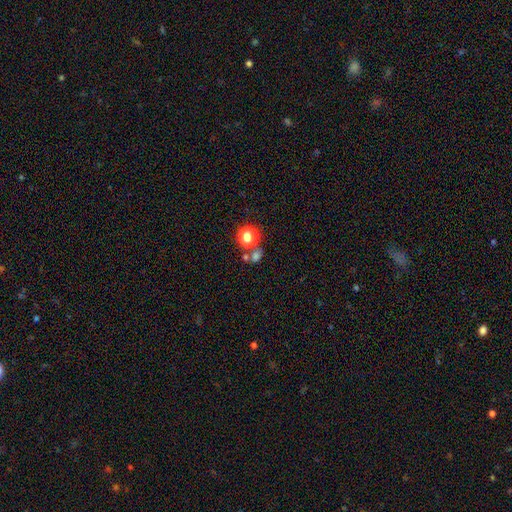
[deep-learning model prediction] A smooth galaxy with no disk features (67%) that is round (61%). Merging: none (58%).